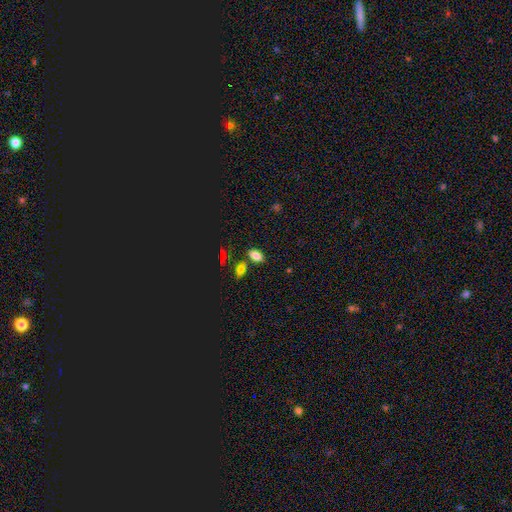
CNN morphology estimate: Smooth or featured? Predicted: smooth (p=0.78). How rounded? Predicted: in between (p=0.89). Merging? Predicted: none (p=0.71).